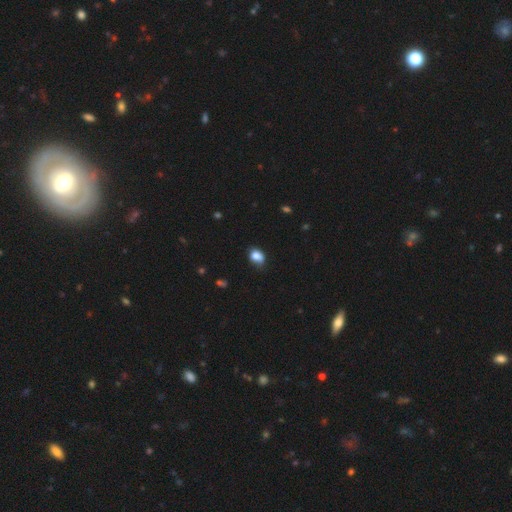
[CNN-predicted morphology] smooth 83%, star or artifact 10%, featured or disk 8%. Down the decision tree: how rounded — in between (65%); merging — none (60%).